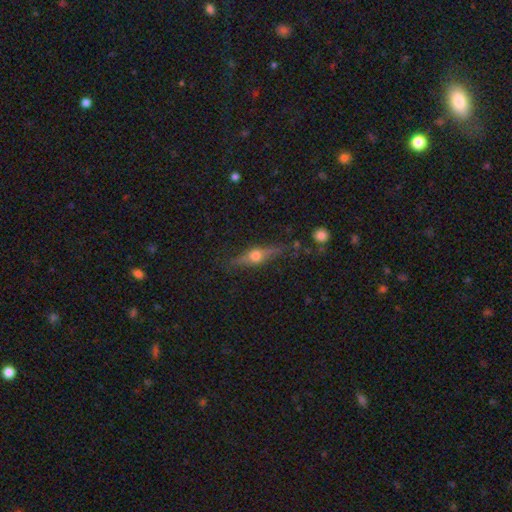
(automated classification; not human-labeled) Smooth or featured? Predicted: featured or disk (p=0.65). Edge-on disk? Predicted: yes (p=0.93). Edge-on bulge? Predicted: rounded (p=0.95). Merging? Predicted: none (p=0.80).